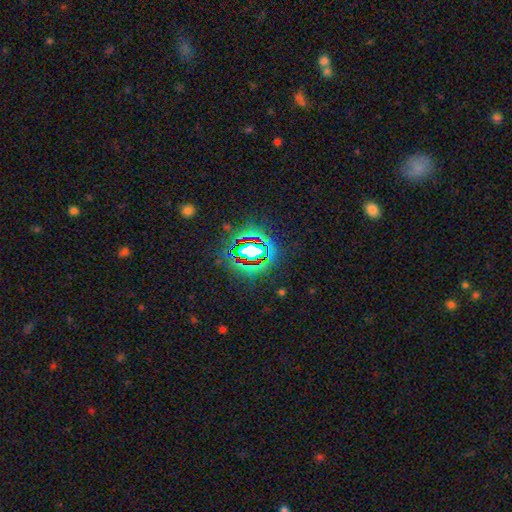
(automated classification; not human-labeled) A star or artifact, not a galaxy (71%).